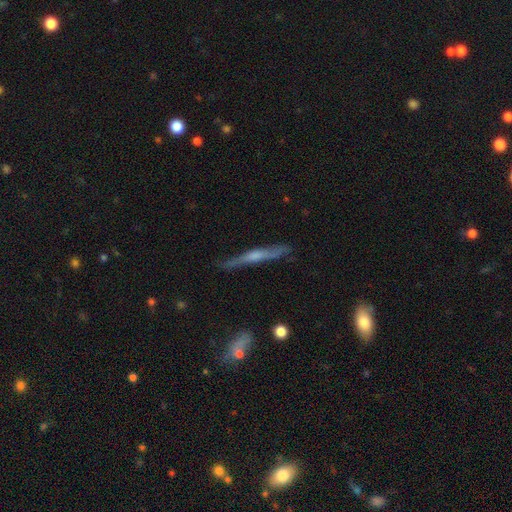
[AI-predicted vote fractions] smooth-or-featured: featured or disk: 67% | smooth: 21% | star or artifact: 12%
  disk-edge-on: yes: 94% | no: 6%
    edge-on-bulge: rounded: 78% | none: 15% | boxy: 7%
  merging: none: 84% | minor disturbance: 11% | major disturbance: 3% | merger: 2%